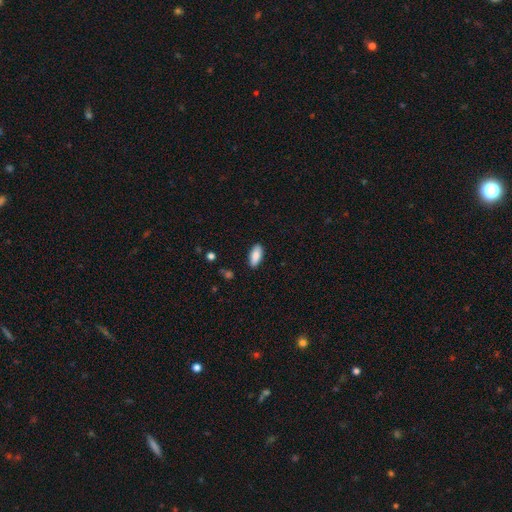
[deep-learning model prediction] smooth_or_featured: smooth (p=0.87) [alt: featured or disk p=0.07]
how_rounded: in between (p=0.86) [alt: cigar-shaped p=0.12]
merging: none (p=0.87) [alt: minor disturbance p=0.10]